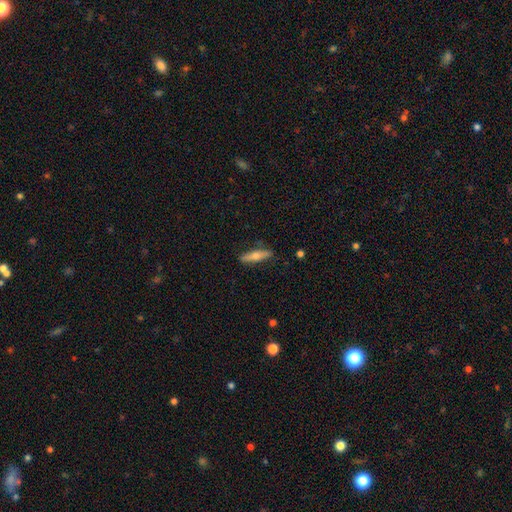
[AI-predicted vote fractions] A smooth galaxy with no disk features (51%) that is cigar-shaped (78%). Merging: none (87%).